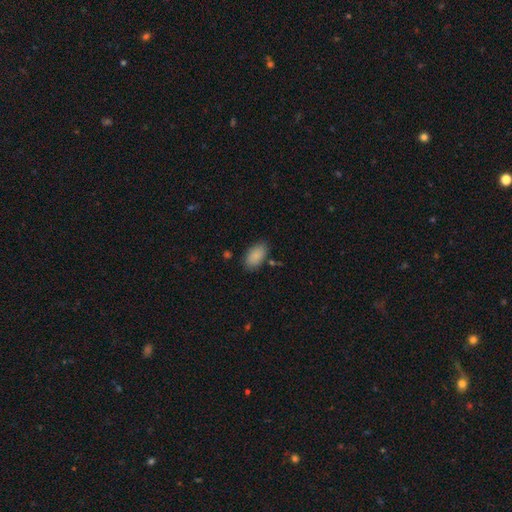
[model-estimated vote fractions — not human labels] Smooth or featured?
  - smooth: 89% *
  - star or artifact: 7%
  - featured or disk: 4%
How rounded?
  - in between: 94% *
  - round: 4%
  - cigar-shaped: 2%
Merging?
  - none: 82% *
  - minor disturbance: 13%
  - major disturbance: 3%
  - merger: 3%